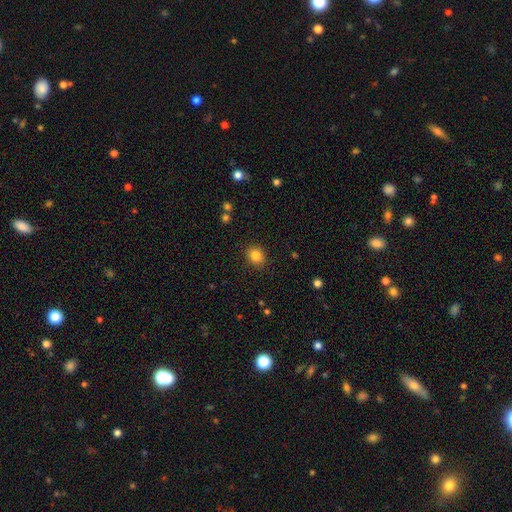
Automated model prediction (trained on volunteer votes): A smooth galaxy with no disk features (84%) that is round (67%).

Vote fractions:
- Smooth or featured? smooth: 84% / star or artifact: 11% / featured or disk: 5%
- How rounded? round: 67% / in between: 32% / cigar-shaped: 1%
- Merging? none: 89% / minor disturbance: 8% / major disturbance: 2% / merger: 1%